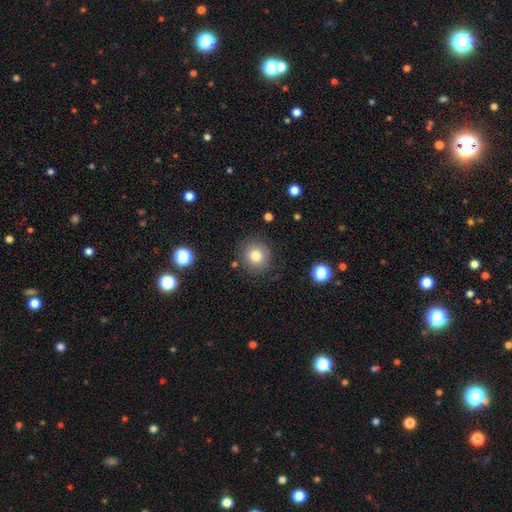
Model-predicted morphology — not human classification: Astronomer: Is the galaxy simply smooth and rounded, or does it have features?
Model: smooth — 81%.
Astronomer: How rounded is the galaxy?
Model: round — 88%.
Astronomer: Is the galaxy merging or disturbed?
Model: none — 83%.